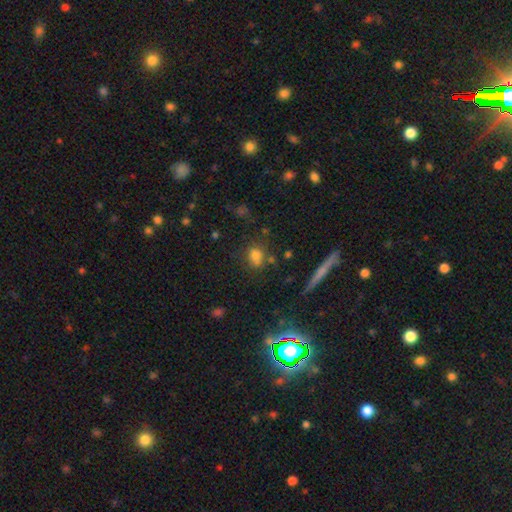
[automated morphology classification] Smooth or featured: smooth — 72% (star or artifact — 17%)
How rounded: round — 51% (in between — 45%)
Merging: none — 65% (minor disturbance — 17%)